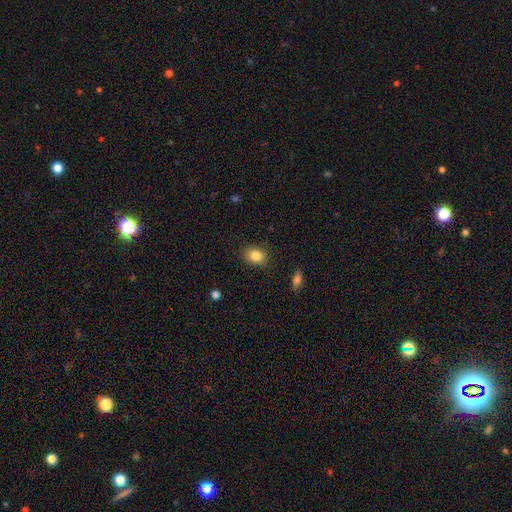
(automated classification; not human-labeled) This appears to be a smooth galaxy with no disk features (85%) that is round (50%). Merging: none (86%).